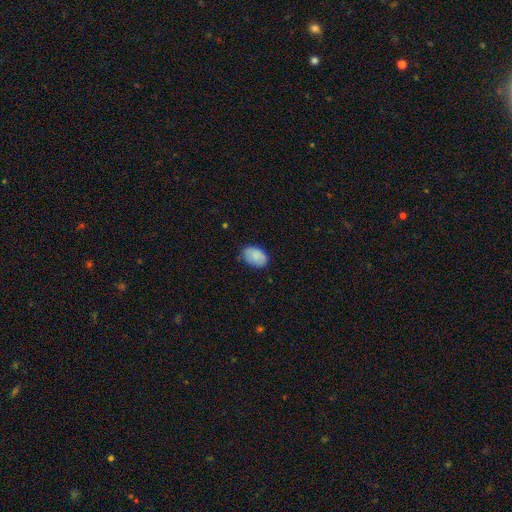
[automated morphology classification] smooth_or_featured: smooth (p=0.82) [alt: featured or disk p=0.11]
how_rounded: in between (p=0.86) [alt: round p=0.13]
merging: none (p=0.73) [alt: minor disturbance p=0.22]